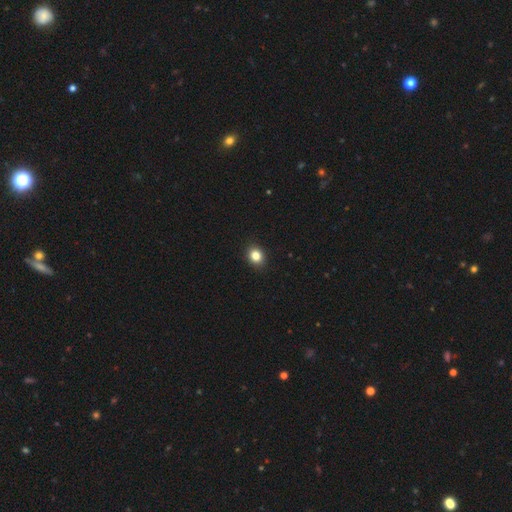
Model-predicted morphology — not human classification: A smooth galaxy with no disk features (84%) that is round (60%). Merging: none (91%).